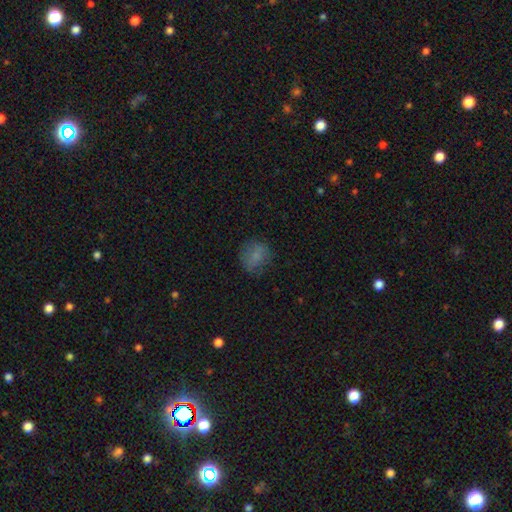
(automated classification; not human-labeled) Morphology: type=smooth (74%); roundness=round (70%); merging=none (73%).